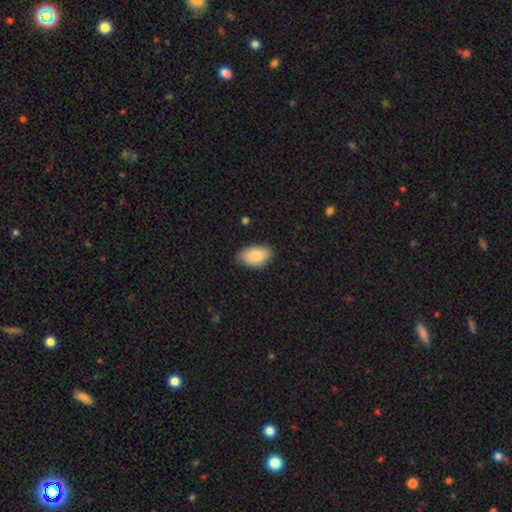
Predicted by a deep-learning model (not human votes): Overall: smooth (83%). How rounded: in between (92%). Merging: none (79%).